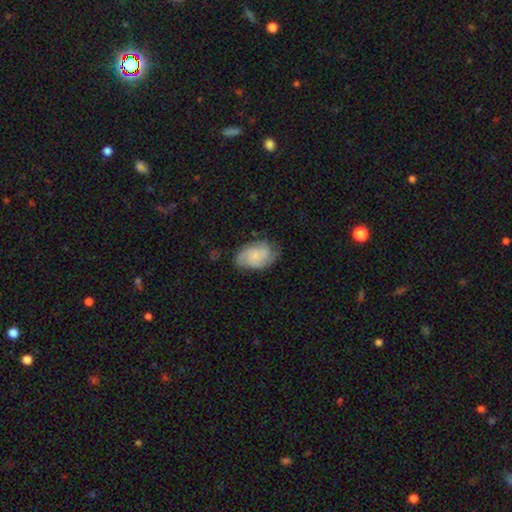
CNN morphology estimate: A featured or disk galaxy (52%) with no bar (74%), spiral arms (90%) and a small central bulge (59%). Merging: none (66%).